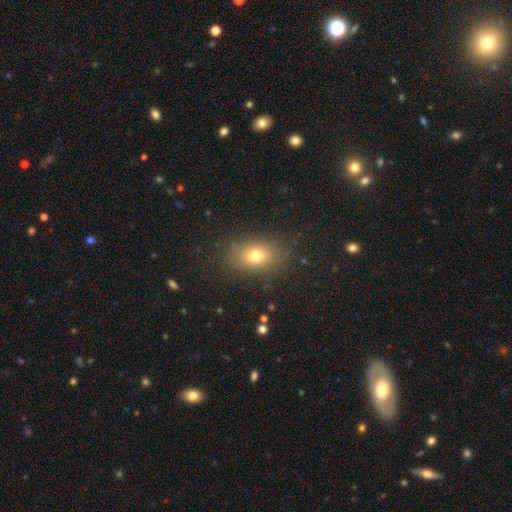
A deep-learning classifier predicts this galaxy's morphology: Smooth or featured: smooth — 73% (star or artifact — 16%)
How rounded: in between — 73% (round — 25%)
Merging: none — 84% (minor disturbance — 11%)